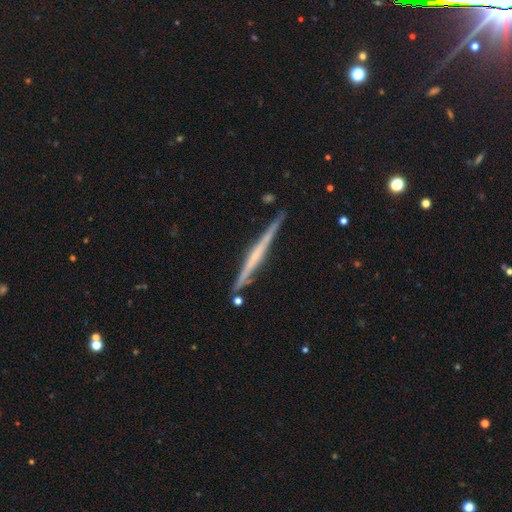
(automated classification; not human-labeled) Q: Smooth or featured?
A: featured or disk (69%); runner-up: smooth (25%)
Q: Edge-on disk?
A: yes (98%); runner-up: no (2%)
Q: Edge-on bulge?
A: none (65%); runner-up: rounded (23%)
Q: Merging?
A: none (86%); runner-up: minor disturbance (10%)